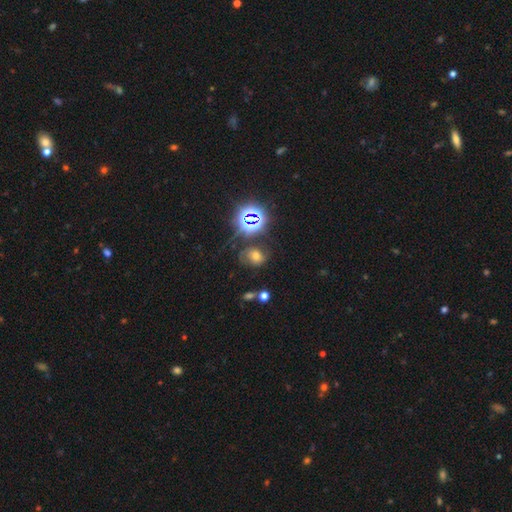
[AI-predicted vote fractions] smooth_or_featured: smooth (p=0.40) [alt: star or artifact p=0.32]
merging: none (p=0.54) [alt: minor disturbance p=0.23]